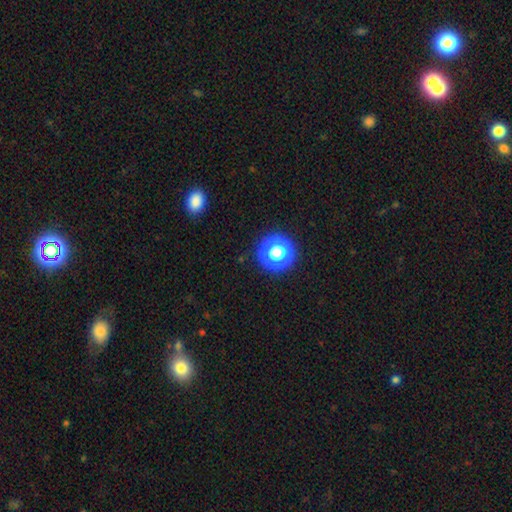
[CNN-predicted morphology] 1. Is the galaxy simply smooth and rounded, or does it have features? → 64% star or artifact, 30% smooth, 7% featured or disk.